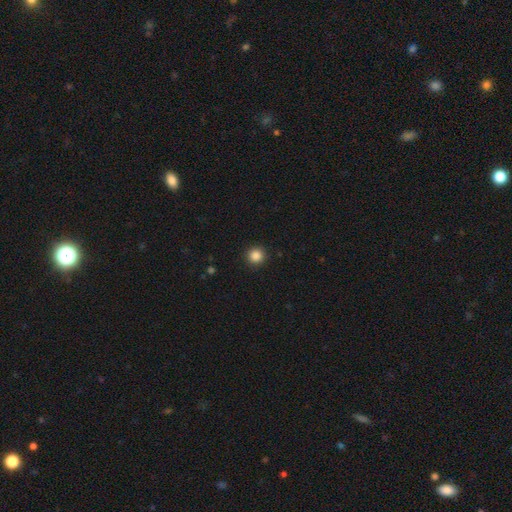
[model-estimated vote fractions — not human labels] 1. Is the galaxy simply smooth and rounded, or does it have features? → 85% smooth, 11% star or artifact, 3% featured or disk.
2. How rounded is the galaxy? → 95% round, 4% in between, 1% cigar-shaped.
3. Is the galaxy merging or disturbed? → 92% none, 5% minor disturbance, 2% major disturbance, 1% merger.